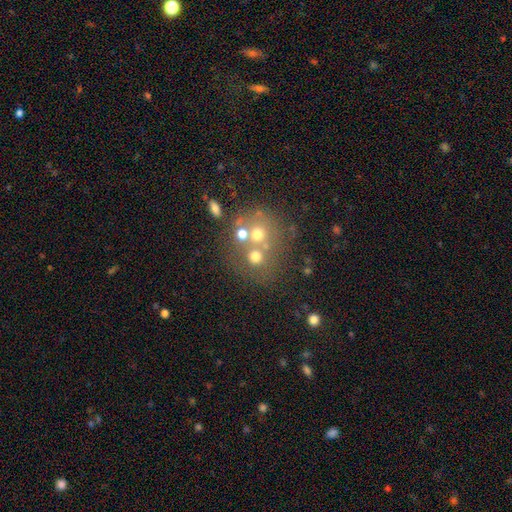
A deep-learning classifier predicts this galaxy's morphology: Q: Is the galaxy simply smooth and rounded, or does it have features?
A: smooth — 50%.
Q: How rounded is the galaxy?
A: round — 79%.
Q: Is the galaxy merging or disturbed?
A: merger — 43%.